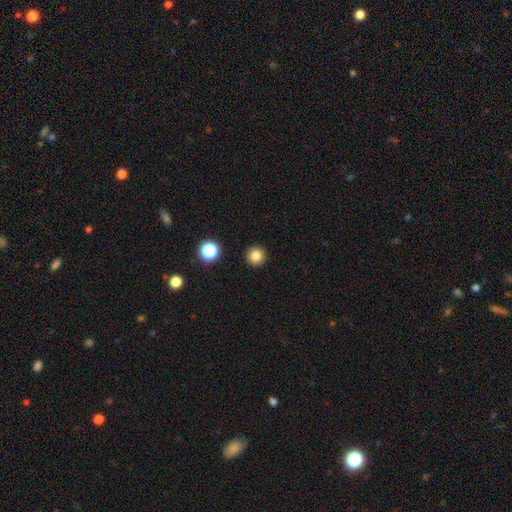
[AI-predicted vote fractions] A smooth galaxy with no disk features (81%) that is round (96%).

Vote fractions:
- Smooth or featured? smooth: 81% / star or artifact: 13% / featured or disk: 6%
- How rounded? round: 96% / in between: 3% / cigar-shaped: 1%
- Merging? none: 93% / minor disturbance: 4% / major disturbance: 2% / merger: 1%